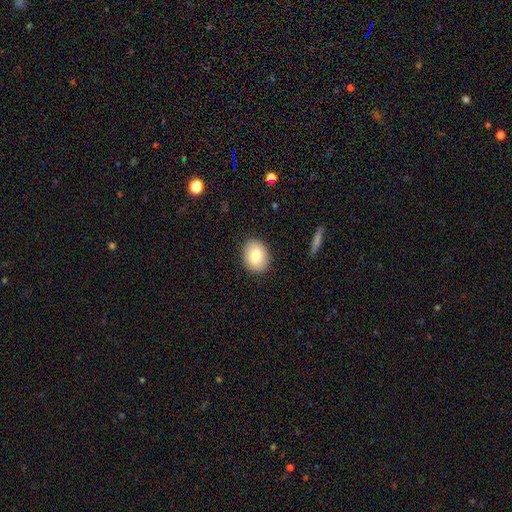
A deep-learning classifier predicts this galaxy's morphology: A smooth galaxy with no disk features (82%) that is in between round and cigar-shaped (62%). Merging: none (89%).